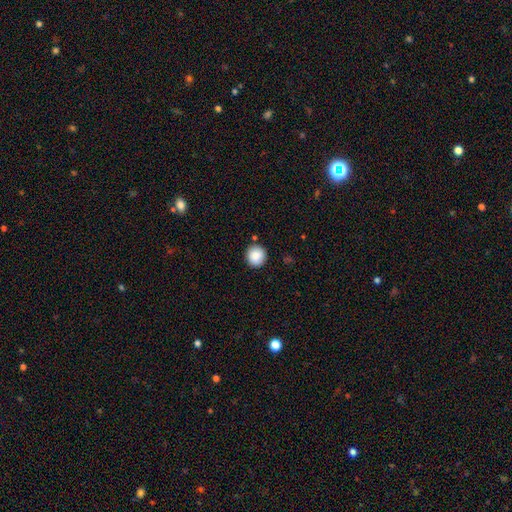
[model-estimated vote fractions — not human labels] This is clearly a smooth galaxy (87%). How rounded: clearly round (92%). Merging: clearly none (88%).